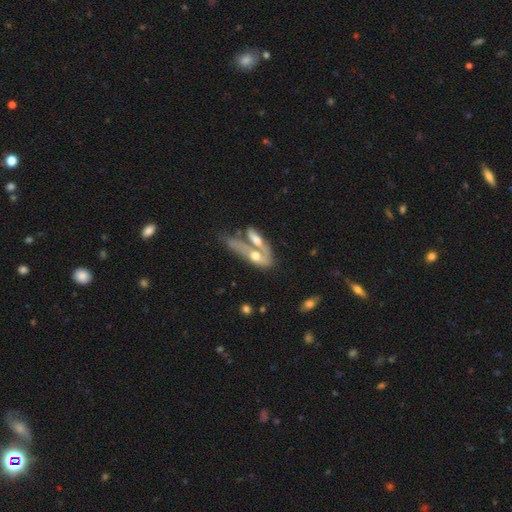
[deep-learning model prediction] Smooth or featured? Predicted: featured or disk (p=0.49). Merging? Predicted: merger (p=0.61).